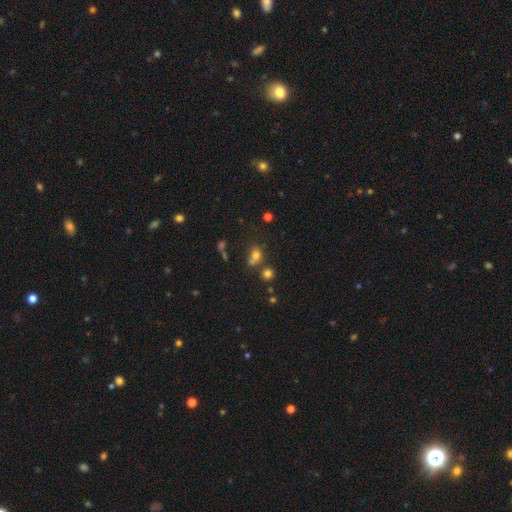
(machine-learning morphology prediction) The model was most divided on "merging": none: 46%, merger: 38%, minor disturbance: 11%, major disturbance: 6%. More confident: how rounded — round (69%); smooth or featured — smooth (68%).